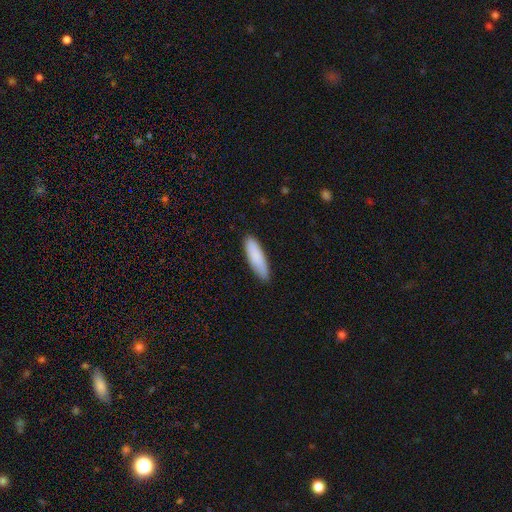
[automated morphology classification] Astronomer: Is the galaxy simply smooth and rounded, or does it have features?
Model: smooth — 87%.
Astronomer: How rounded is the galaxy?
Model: cigar-shaped — 68%.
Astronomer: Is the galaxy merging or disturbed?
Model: none — 85%.